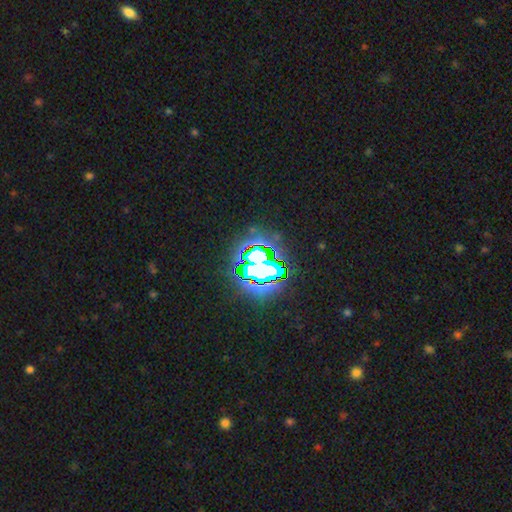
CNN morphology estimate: A star or artifact, not a galaxy (74%).